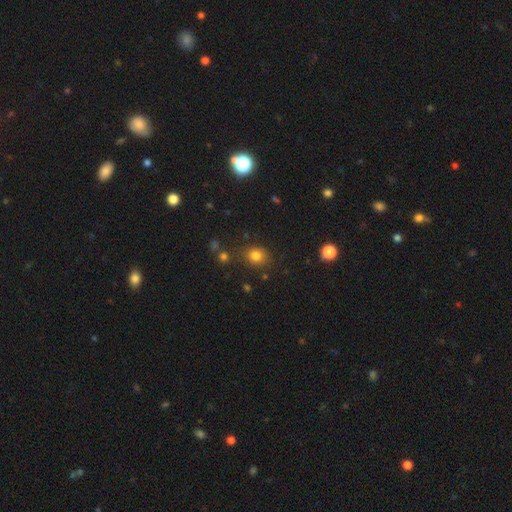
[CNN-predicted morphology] A smooth galaxy with no disk features (79%) that is round (71%). Merging: none (79%).